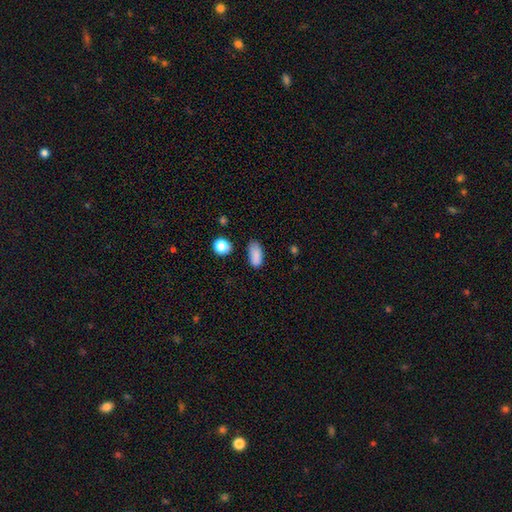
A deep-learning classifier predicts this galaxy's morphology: Smooth or featured: smooth — 86% (star or artifact — 9%)
How rounded: in between — 88% (cigar-shaped — 7%)
Merging: none — 66% (minor disturbance — 25%)